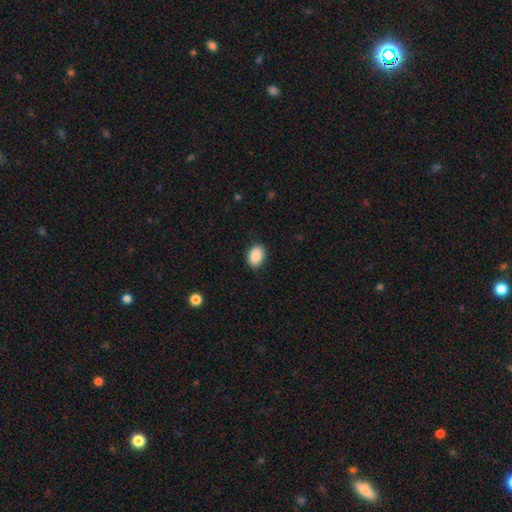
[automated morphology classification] Overall: smooth (90%). How rounded: in between (80%). Merging: none (88%).